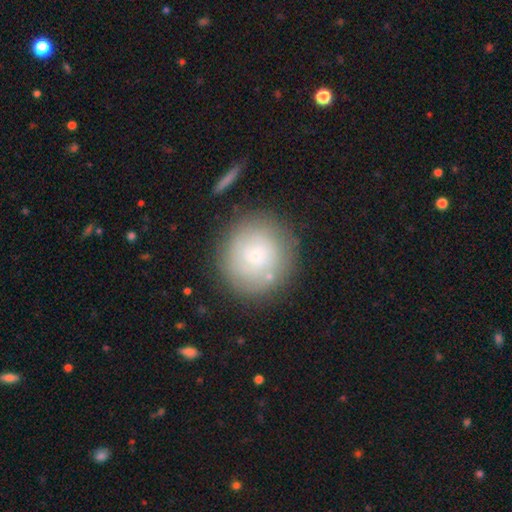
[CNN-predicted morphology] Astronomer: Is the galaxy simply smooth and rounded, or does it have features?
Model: smooth — 51% (runner-up: featured or disk, 41%).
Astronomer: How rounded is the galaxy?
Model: round — 91%.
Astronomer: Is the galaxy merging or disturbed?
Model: none — 79%.